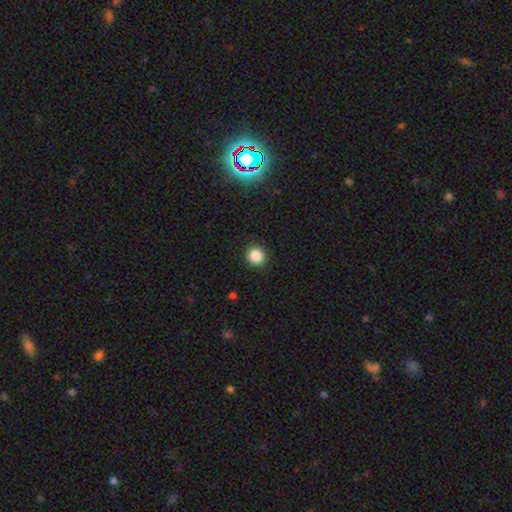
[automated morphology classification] This is clearly a smooth galaxy (86%). How rounded: clearly round (92%). Merging: clearly none (91%).